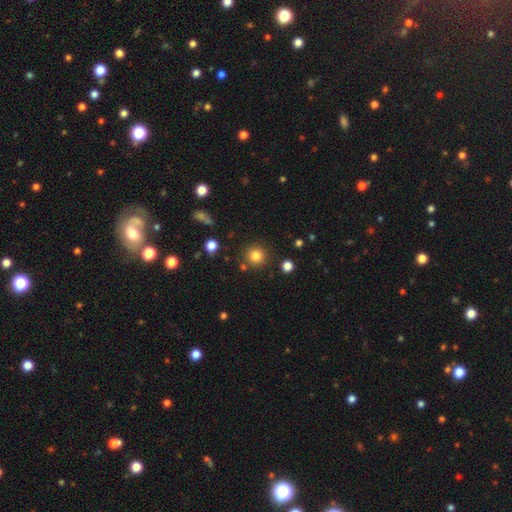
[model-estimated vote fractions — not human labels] smooth-or-featured: smooth: 82% | star or artifact: 12% | featured or disk: 5%
  how-rounded: round: 94% | in between: 5% | cigar-shaped: 1%
  merging: none: 85% | minor disturbance: 7% | merger: 5% | major disturbance: 3%